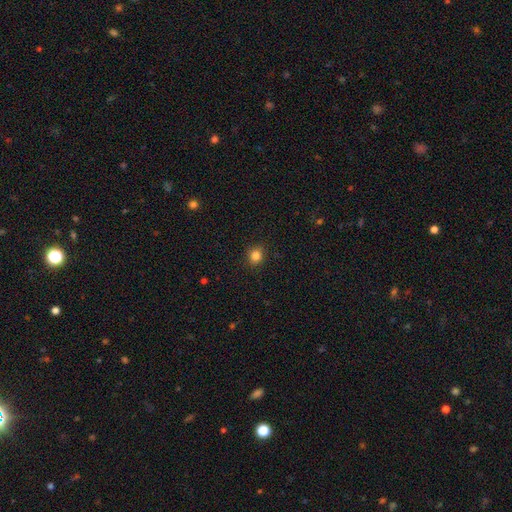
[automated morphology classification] Overall: smooth (84%). How rounded: round (84%). Merging: none (90%).